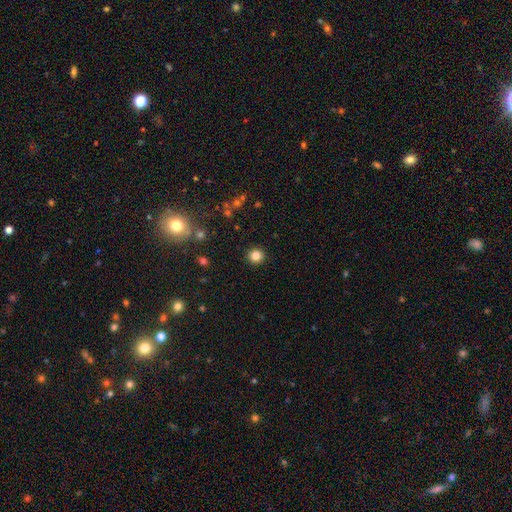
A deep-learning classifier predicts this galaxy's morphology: The model was most divided on "smooth or featured": smooth: 83%, star or artifact: 12%, featured or disk: 5%. More confident: how rounded — round (94%); merging — none (92%).